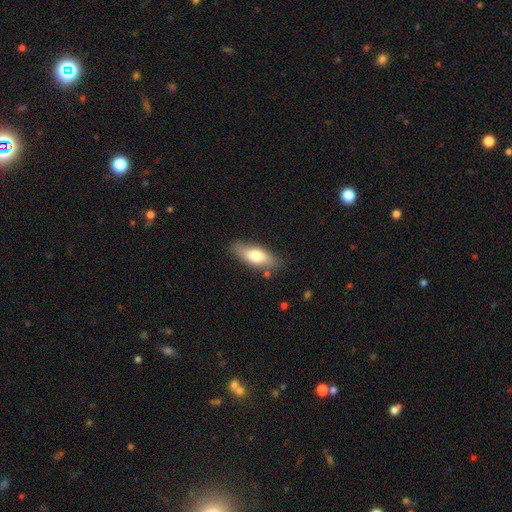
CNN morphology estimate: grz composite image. It shows a smooth galaxy with no disk features (69%) that is in between round and cigar-shaped (75%). Merging: none (80%).